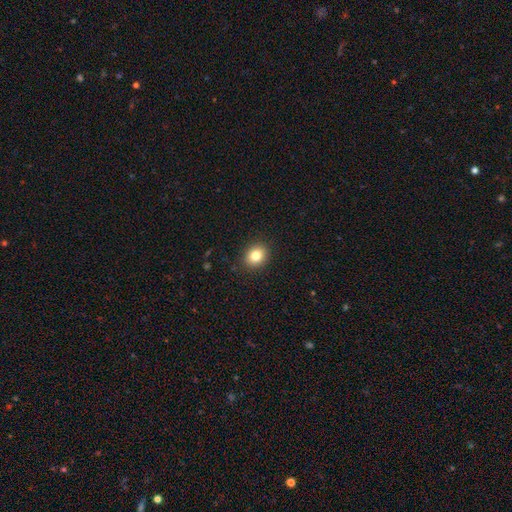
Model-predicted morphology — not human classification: Smooth or featured? Predicted: smooth (p=0.82). How rounded? Predicted: round (p=0.62). Merging? Predicted: none (p=0.90).